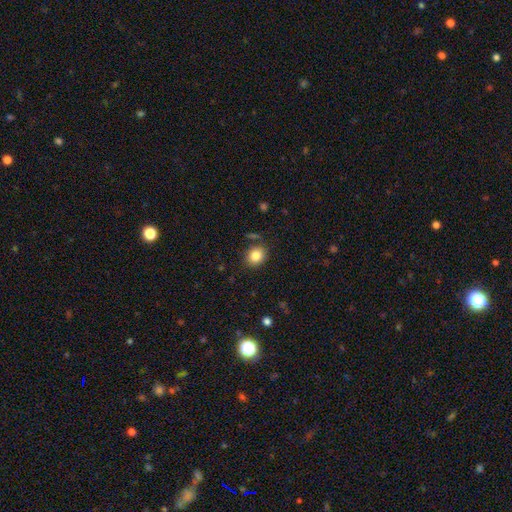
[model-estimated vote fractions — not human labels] Morphology: type=smooth (84%); roundness=round (62%); merging=none (82%).